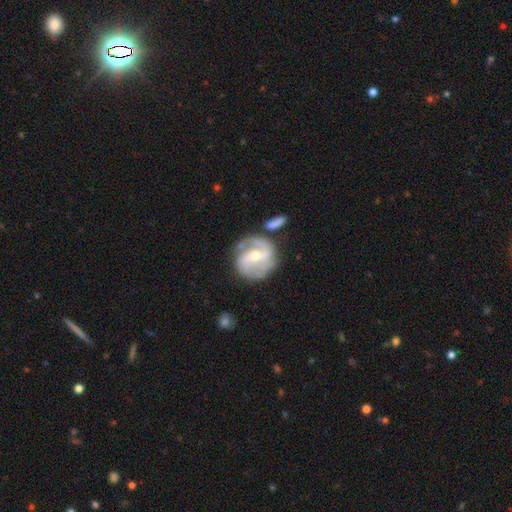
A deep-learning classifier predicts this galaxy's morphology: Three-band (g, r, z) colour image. It shows a featured or disk galaxy (86%) with a weak bar (45%), 2 (66%) medium (50%) spiral arms (96%) and a small central bulge (53%). Merging: none (69%).